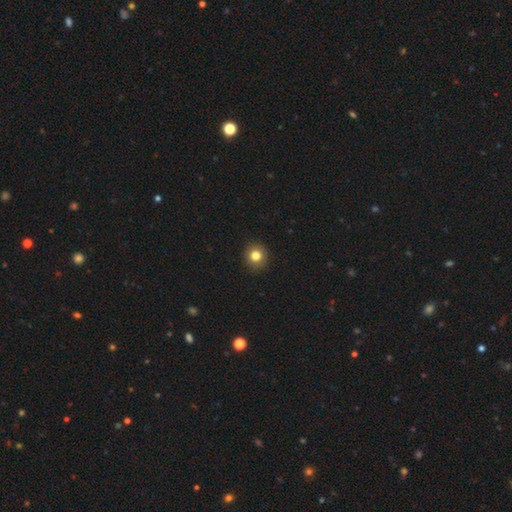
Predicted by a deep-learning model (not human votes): A smooth galaxy with no disk features (81%) that is round (90%).

Vote fractions:
- Smooth or featured? smooth: 81% / star or artifact: 12% / featured or disk: 7%
- How rounded? round: 90% / in between: 10% / cigar-shaped: 1%
- Merging? none: 91% / minor disturbance: 6% / major disturbance: 2% / merger: 1%